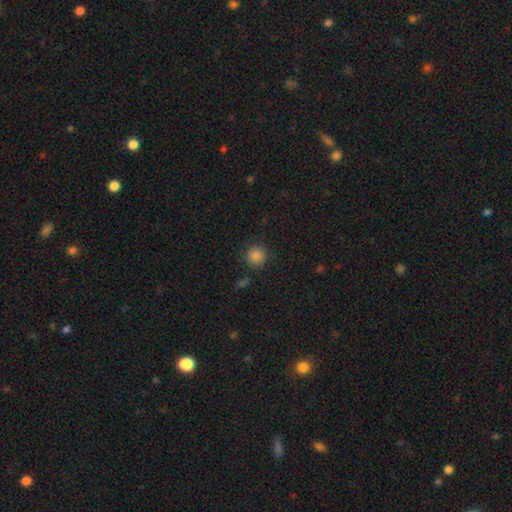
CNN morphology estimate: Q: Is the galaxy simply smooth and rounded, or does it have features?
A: smooth — 85%.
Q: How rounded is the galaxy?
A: round — 93%.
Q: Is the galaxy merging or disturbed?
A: none — 86%.